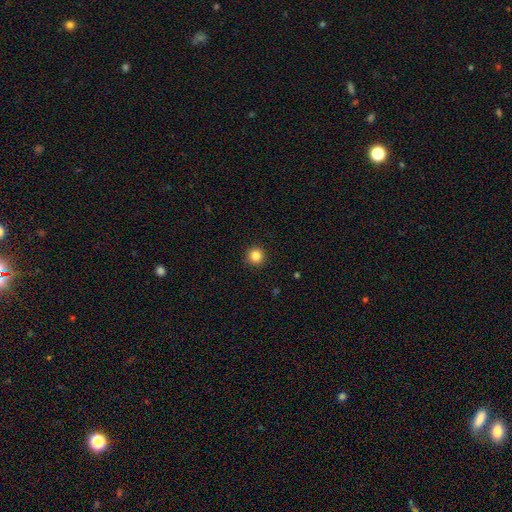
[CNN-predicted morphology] Smooth or featured? Predicted: smooth (p=0.85). How rounded? Predicted: round (p=0.95). Merging? Predicted: none (p=0.92).